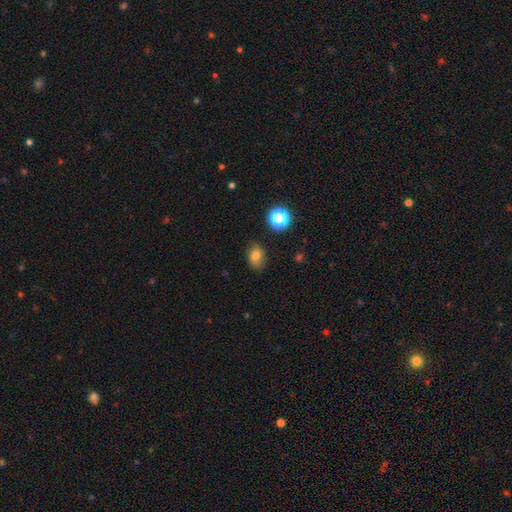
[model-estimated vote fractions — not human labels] Morphology: type=smooth (77%); roundness=in between (70%); merging=none (79%).